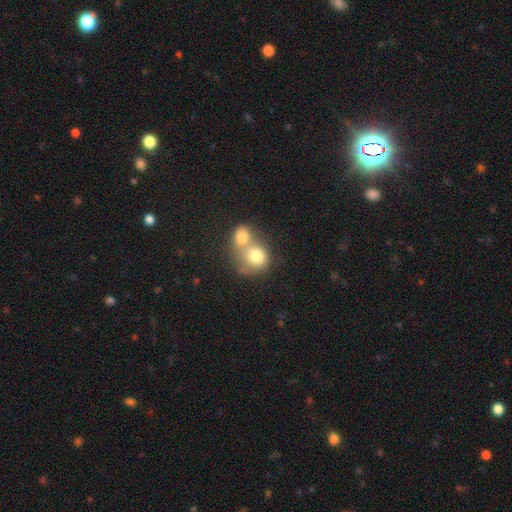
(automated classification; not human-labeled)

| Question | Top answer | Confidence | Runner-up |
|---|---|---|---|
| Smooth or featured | smooth | 76% | featured or disk (15%) |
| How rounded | round | 70% | in between (29%) |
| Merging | merger | 69% | none (21%) |